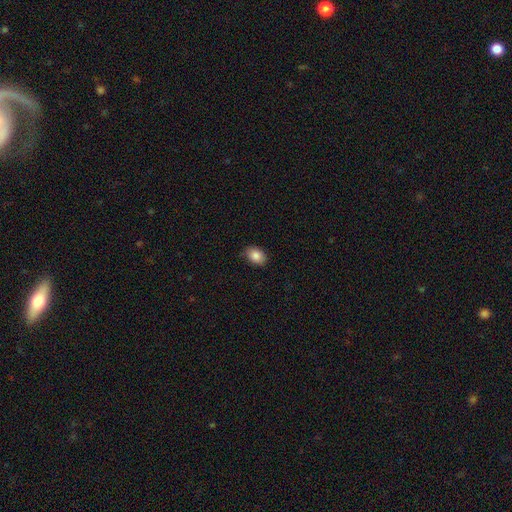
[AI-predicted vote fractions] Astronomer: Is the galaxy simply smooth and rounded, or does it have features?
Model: smooth — 86%.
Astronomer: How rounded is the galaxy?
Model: in between — 80%.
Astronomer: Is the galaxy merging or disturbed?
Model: none — 85%.